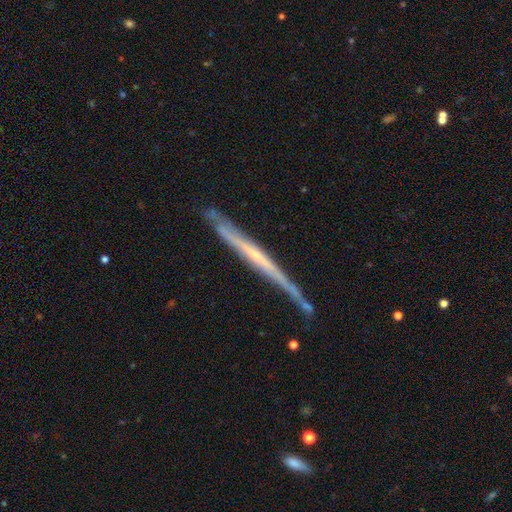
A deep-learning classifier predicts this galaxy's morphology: Q: Smooth or featured?
A: featured or disk (73%); runner-up: smooth (21%)
Q: Edge-on disk?
A: yes (96%); runner-up: no (4%)
Q: Edge-on bulge?
A: none (71%); runner-up: rounded (23%)
Q: Merging?
A: none (73%); runner-up: minor disturbance (20%)